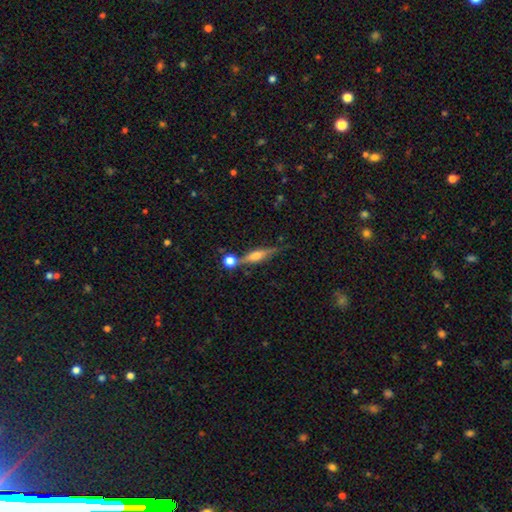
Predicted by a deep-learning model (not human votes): Overall: featured or disk (63%; smooth 27%). Edge-on disk: yes (95%). Edge-on bulge: rounded (81%). Merging: none (71%).